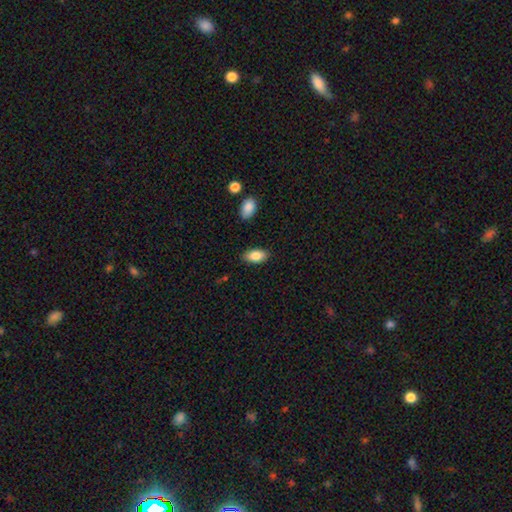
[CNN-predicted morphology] Overall: smooth (85%). How rounded: in between (93%). Merging: none (86%).